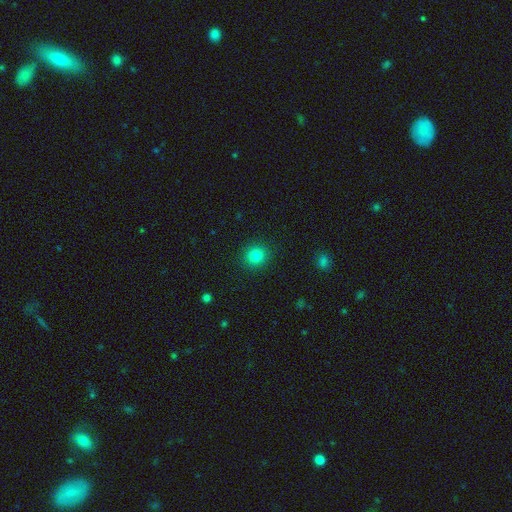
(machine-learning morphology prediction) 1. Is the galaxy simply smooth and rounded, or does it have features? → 82% smooth, 12% star or artifact, 6% featured or disk.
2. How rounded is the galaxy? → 89% round, 11% in between, 1% cigar-shaped.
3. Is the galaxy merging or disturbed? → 91% none, 6% minor disturbance, 2% major disturbance, 1% merger.